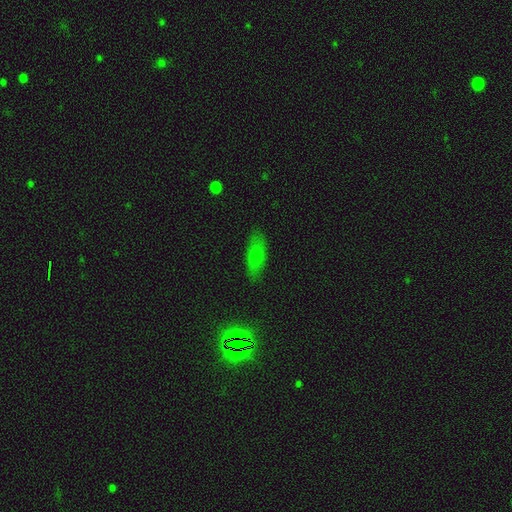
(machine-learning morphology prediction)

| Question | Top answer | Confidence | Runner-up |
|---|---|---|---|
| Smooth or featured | smooth | 67% | featured or disk (21%) |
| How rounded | in between | 73% | cigar-shaped (22%) |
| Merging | none | 83% | minor disturbance (12%) |